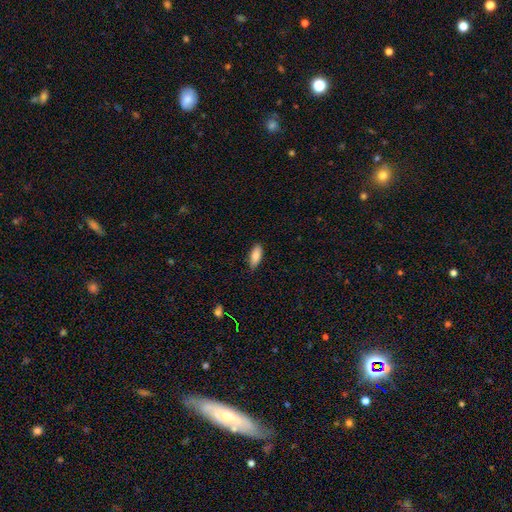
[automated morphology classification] A smooth galaxy with no disk features (84%) that is in between round and cigar-shaped (78%). Merging: none (82%).